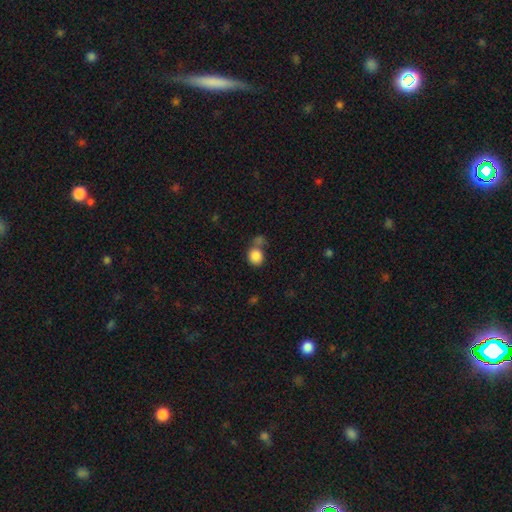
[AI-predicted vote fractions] Smooth or featured: smooth — 86% (star or artifact — 9%)
How rounded: round — 78% (in between — 21%)
Merging: none — 49% (merger — 31%)